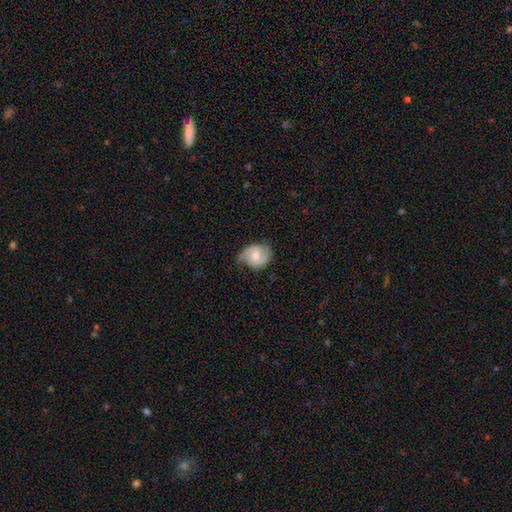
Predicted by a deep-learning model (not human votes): smooth-or-featured: featured or disk: 77% | smooth: 17% | star or artifact: 6%
  disk-edge-on: no: 98% | yes: 2%
    bar: no: 55% | weak: 37% | strong: 8%
    has-spiral-arms: yes: 95% | no: 5%
      spiral-winding: medium: 49% | tight: 30% | loose: 21%
      spiral-arm-count: 2: 88% | can't tell: 5% | 1: 4% | 3: 1% | 4: 1% | more than 4: 1%
    bulge-size: moderate: 65% | small: 26% | large: 5% | none: 2% | dominant: 1%
  merging: none: 70% | minor disturbance: 22% | major disturbance: 7% | merger: 1%